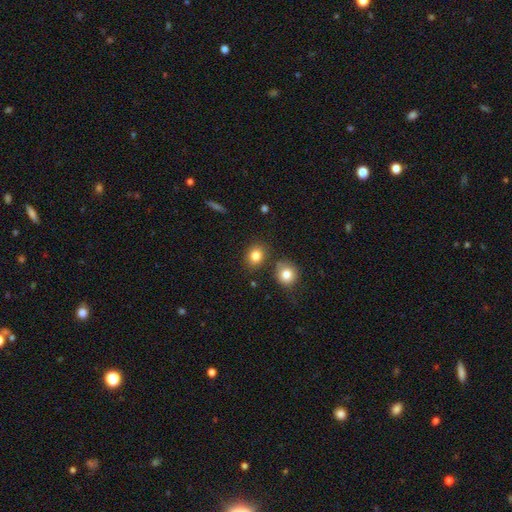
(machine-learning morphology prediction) Q: Smooth or featured?
A: smooth (83%); runner-up: star or artifact (11%)
Q: How rounded?
A: round (60%); runner-up: in between (39%)
Q: Merging?
A: none (77%); runner-up: minor disturbance (11%)